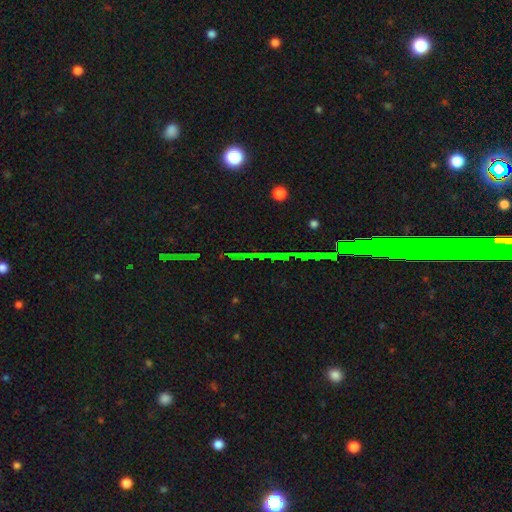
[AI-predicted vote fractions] Smooth or featured?
  - star or artifact: 73% *
  - featured or disk: 15%
  - smooth: 12%